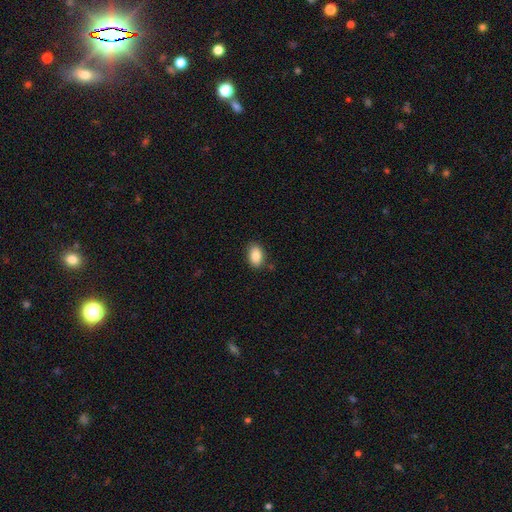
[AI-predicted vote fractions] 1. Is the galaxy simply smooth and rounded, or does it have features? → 86% smooth, 8% star or artifact, 7% featured or disk.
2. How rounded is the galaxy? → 88% in between, 10% round, 2% cigar-shaped.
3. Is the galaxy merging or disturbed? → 83% none, 12% minor disturbance, 2% major disturbance, 2% merger.